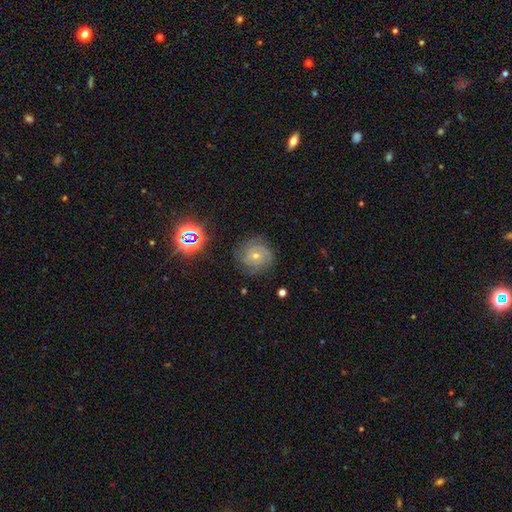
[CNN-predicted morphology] Smooth or featured? Predicted: featured or disk (p=0.73). Edge-on disk? Predicted: no (p=0.97). Bar? Predicted: no (p=0.76). Spiral arms? Predicted: yes (p=0.96). Spiral winding? Predicted: tight (p=0.72). Spiral arm count? Predicted: 3 (p=0.36). Bulge size? Predicted: small (p=0.64). Merging? Predicted: none (p=0.81).